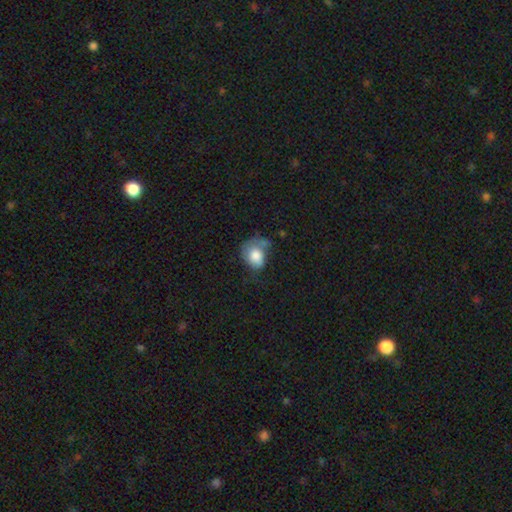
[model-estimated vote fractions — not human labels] Smooth or featured? Predicted: smooth (p=0.74). How rounded? Predicted: in between (p=0.55). Merging? Predicted: major disturbance (p=0.31, tied with minor disturbance).